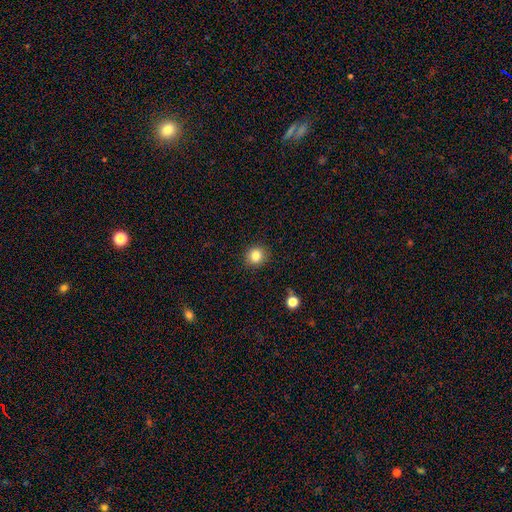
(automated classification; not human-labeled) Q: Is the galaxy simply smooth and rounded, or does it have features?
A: smooth — 83%.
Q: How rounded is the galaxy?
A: round — 89%.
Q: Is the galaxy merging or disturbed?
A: none — 90%.